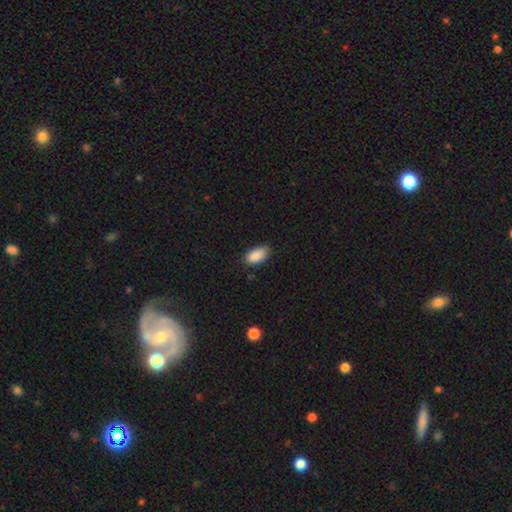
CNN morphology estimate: smooth 89%, star or artifact 7%, featured or disk 4%. Down the decision tree: how rounded — in between (93%); merging — none (75%).